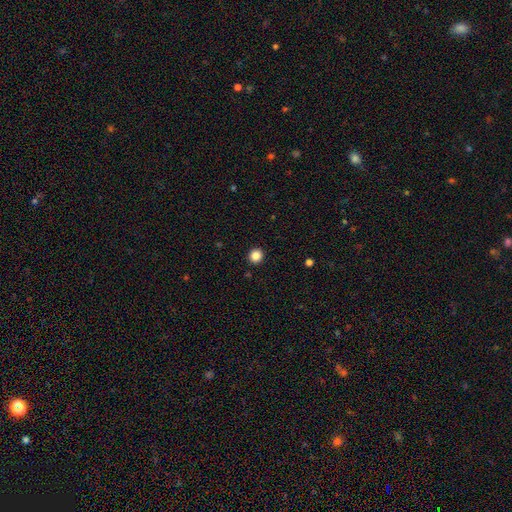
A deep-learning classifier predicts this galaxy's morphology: This appears to be a smooth galaxy with no disk features (86%) that is round (93%). Merging: none (93%).